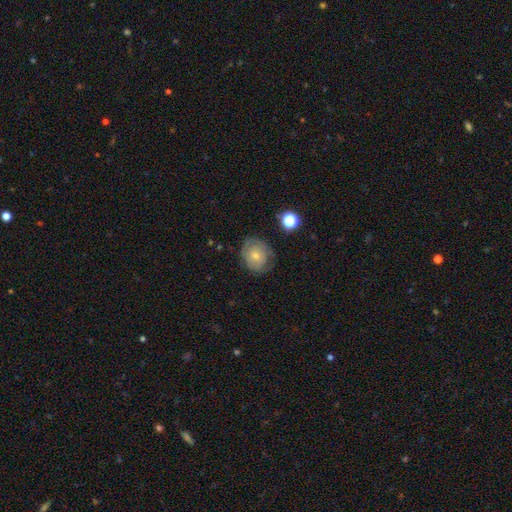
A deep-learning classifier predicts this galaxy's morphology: Overall: smooth (53%; featured or disk 38%). How rounded: round (67%; in between 32%). Merging: none (66%).